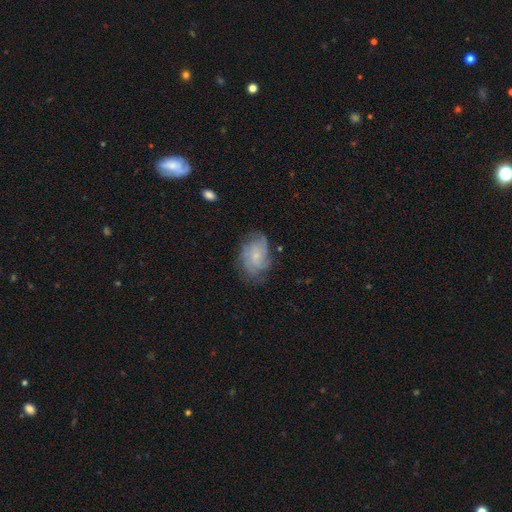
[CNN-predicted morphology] Smooth or featured: featured or disk — 68% (smooth — 24%)
Edge-on disk: no — 97% (yes — 3%)
Bar: no — 74% (weak — 23%)
Spiral arms: yes — 90% (no — 10%)
Spiral winding: tight — 51% (medium — 35%)
Spiral arm count: can't tell — 40% (3 — 18%)
Bulge size: small — 73% (moderate — 18%)
Merging: none — 65% (minor disturbance — 23%)